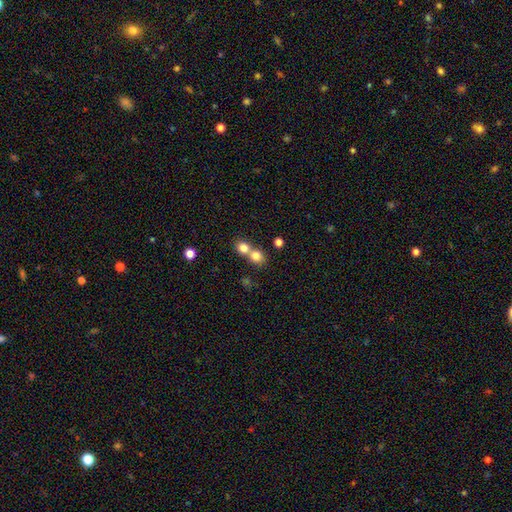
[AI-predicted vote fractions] smooth-or-featured: smooth: 78% | star or artifact: 11% | featured or disk: 10%
  how-rounded: round: 80% | in between: 19% | cigar-shaped: 1%
  merging: merger: 58% | none: 35% | minor disturbance: 5% | major disturbance: 2%